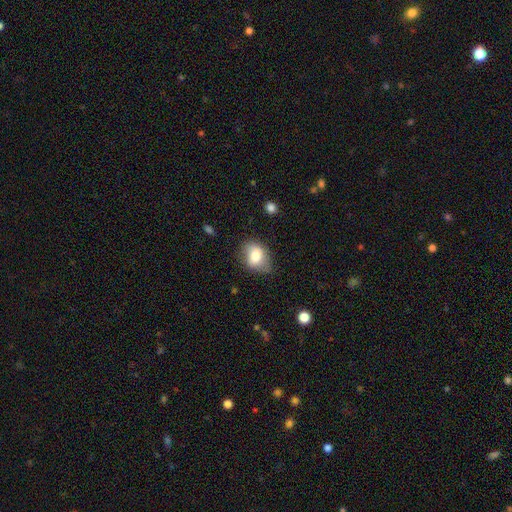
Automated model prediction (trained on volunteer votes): Q: Smooth or featured?
A: smooth (78%); runner-up: featured or disk (14%)
Q: How rounded?
A: in between (66%); runner-up: round (33%)
Q: Merging?
A: none (66%); runner-up: minor disturbance (25%)